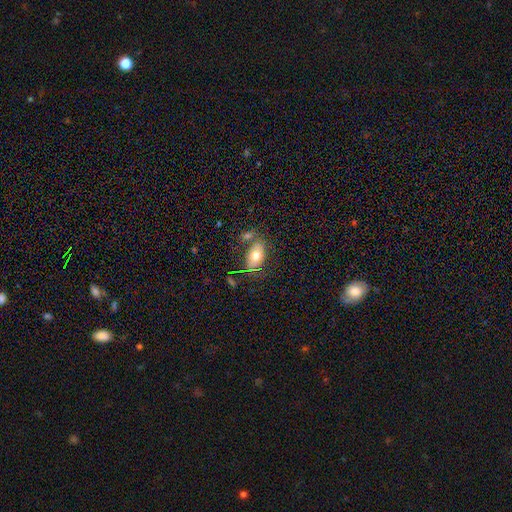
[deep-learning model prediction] A smooth galaxy with no disk features (69%) that is in between round and cigar-shaped (89%).

Vote fractions:
- Smooth or featured? smooth: 69% / featured or disk: 23% / star or artifact: 8%
- How rounded? in between: 89% / round: 8% / cigar-shaped: 3%
- Merging? none: 59% / minor disturbance: 19% / merger: 14% / major disturbance: 8%